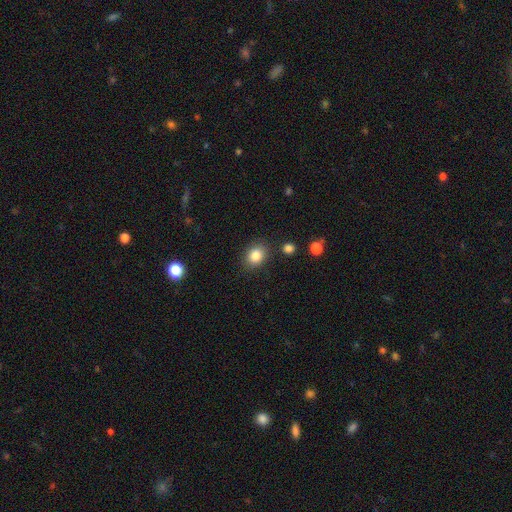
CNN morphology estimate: This appears to be a smooth galaxy with no disk features (84%) that is round (54%). Merging: none (84%).